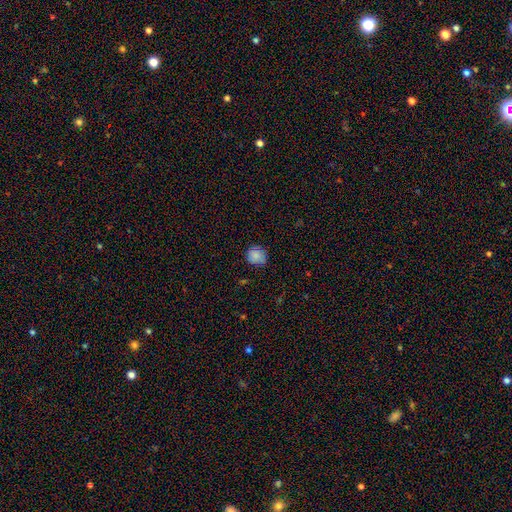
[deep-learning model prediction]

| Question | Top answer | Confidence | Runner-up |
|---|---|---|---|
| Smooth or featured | smooth | 84% | star or artifact (9%) |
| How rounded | round | 83% | in between (16%) |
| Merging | none | 76% | minor disturbance (20%) |